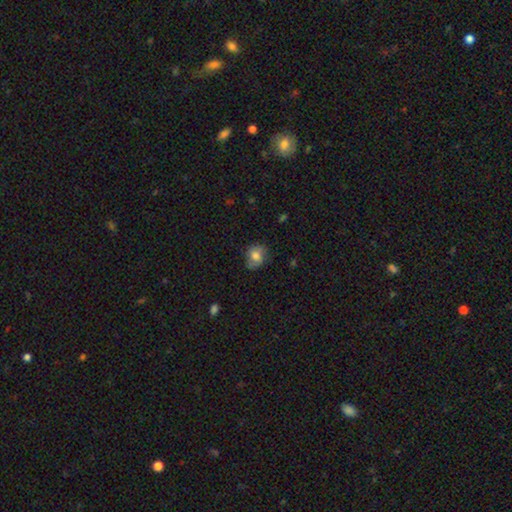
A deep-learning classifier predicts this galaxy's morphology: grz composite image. It shows a smooth galaxy with no disk features (69%) that is round (55%). Merging: none (65%).